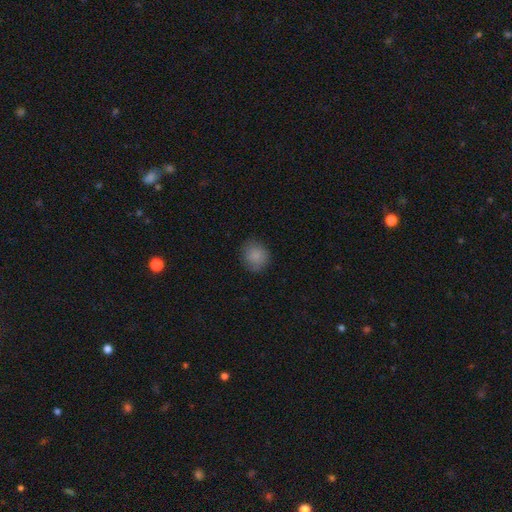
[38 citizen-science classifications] smooth 97%, star or artifact 3%, featured or disk 0%. Down the decision tree: how rounded — round (89%); merging — none (86%).